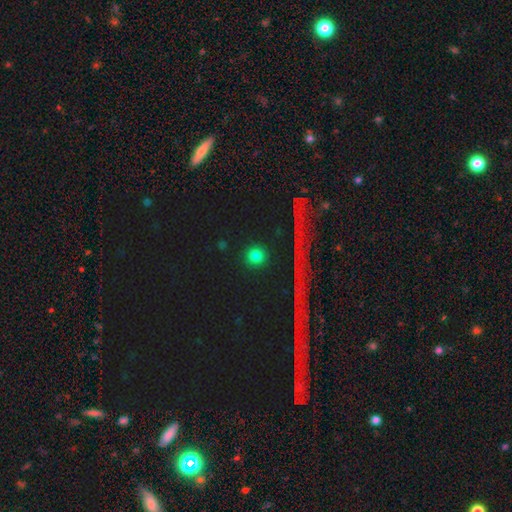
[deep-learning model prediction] smooth 73%, star or artifact 21%, featured or disk 6%. Down the decision tree: how rounded — round (91%); merging — none (91%).